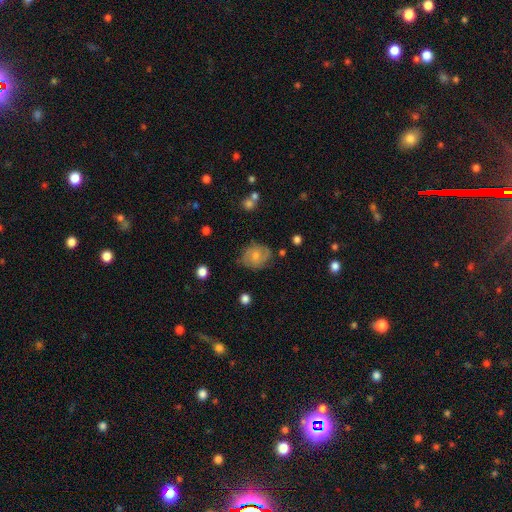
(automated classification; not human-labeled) Smooth or featured?
  - smooth: 48% *
  - featured or disk: 44%
  - star or artifact: 8%
Merging?
  - none: 70% *
  - minor disturbance: 21%
  - major disturbance: 7%
  - merger: 2%